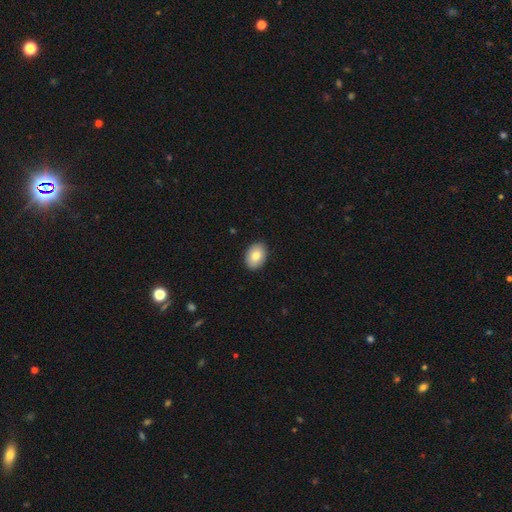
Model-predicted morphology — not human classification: smooth-or-featured: smooth: 80% | featured or disk: 13% | star or artifact: 7%
  how-rounded: in between: 79% | round: 20% | cigar-shaped: 1%
  merging: none: 89% | minor disturbance: 8% | major disturbance: 2% | merger: 1%